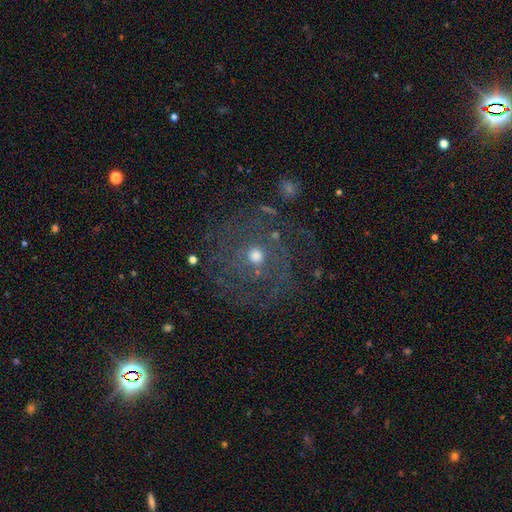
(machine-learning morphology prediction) Q: Smooth or featured?
A: featured or disk (61%); runner-up: smooth (25%)
Q: Edge-on disk?
A: no (97%); runner-up: yes (3%)
Q: Bar?
A: no (85%); runner-up: weak (12%)
Q: Spiral arms?
A: yes (66%); runner-up: no (34%)
Q: Bulge size?
A: moderate (54%); runner-up: small (39%)
Q: Merging?
A: none (66%); runner-up: minor disturbance (16%)